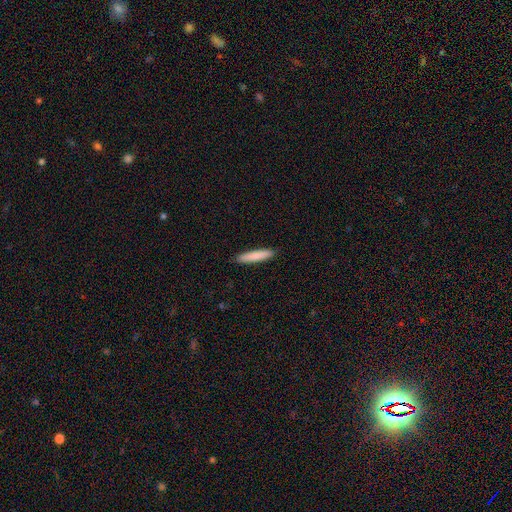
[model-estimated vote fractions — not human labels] Smooth or featured?
  - smooth: 85% *
  - featured or disk: 10%
  - star or artifact: 5%
How rounded?
  - cigar-shaped: 90% *
  - in between: 9%
  - round: 1%
Merging?
  - none: 91% *
  - minor disturbance: 6%
  - major disturbance: 1%
  - merger: 1%